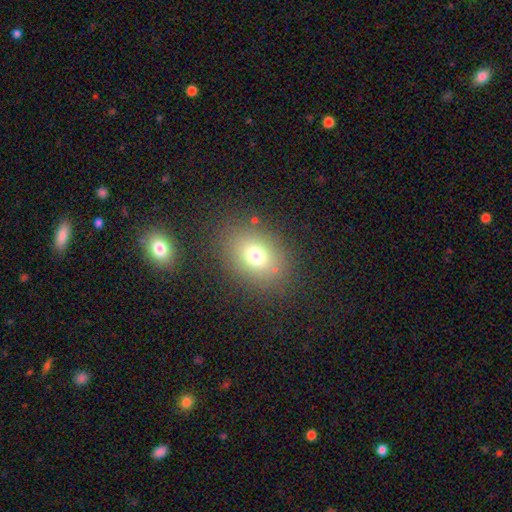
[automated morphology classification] type=smooth (73%); roundness=in between (63%); merging=none (83%).